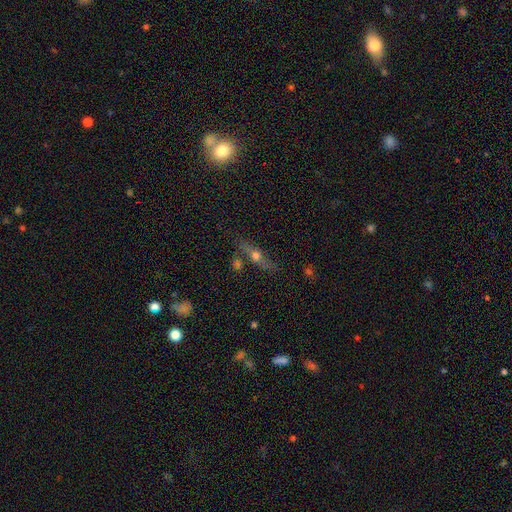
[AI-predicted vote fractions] Smooth or featured?
  - featured or disk: 51% *
  - smooth: 39%
  - star or artifact: 10%
Edge-on disk?
  - yes: 82% *
  - no: 18%
Merging?
  - none: 67% *
  - minor disturbance: 14%
  - merger: 14%
  - major disturbance: 5%